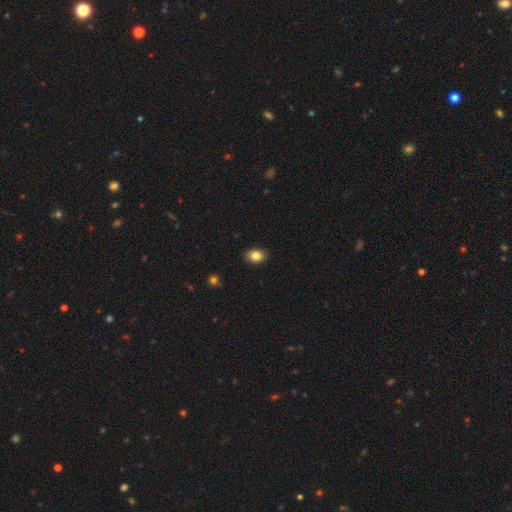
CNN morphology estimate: This appears to be a smooth galaxy with no disk features (85%) that is in between round and cigar-shaped (71%). Merging: none (89%).